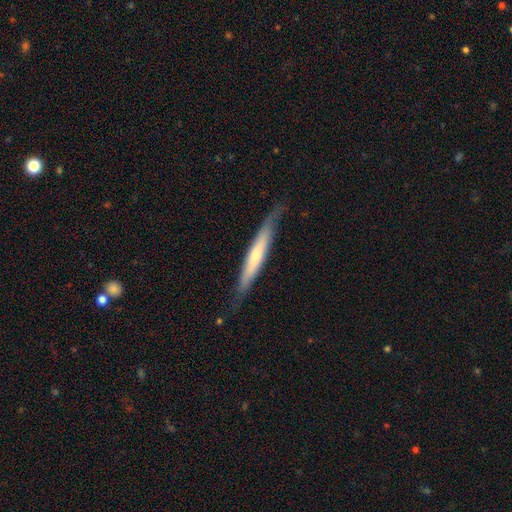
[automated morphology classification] smooth_or_featured: smooth (p=0.48) [alt: featured or disk p=0.47]
merging: none (p=0.76) [alt: minor disturbance p=0.18]